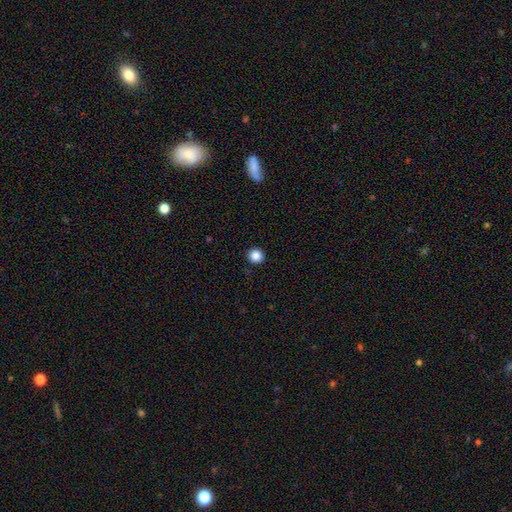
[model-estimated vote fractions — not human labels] This appears to be a smooth galaxy with no disk features (86%) that is round (92%). Merging: none (92%).